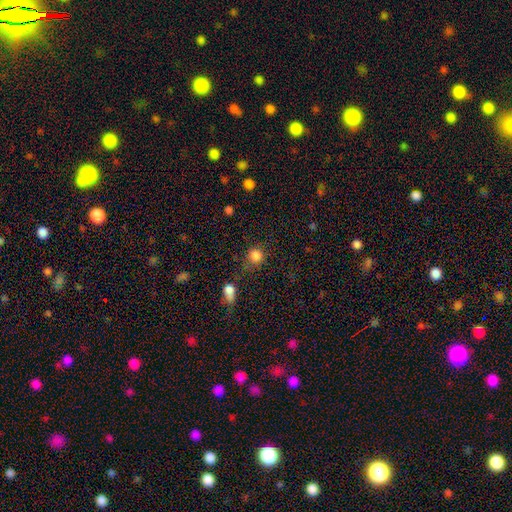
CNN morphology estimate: This is clearly a smooth galaxy (83%). How rounded: clearly round (87%). Merging: likely none (68%).